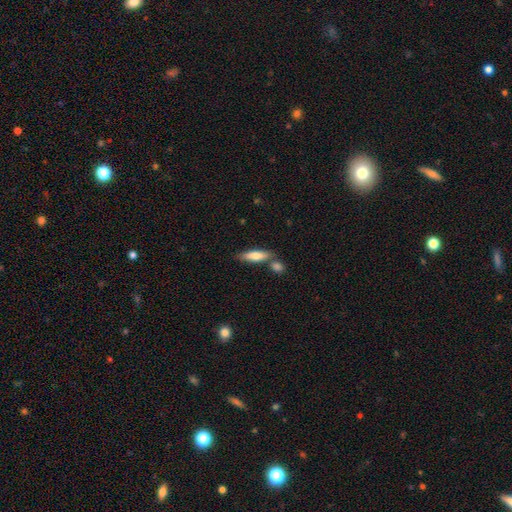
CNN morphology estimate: This appears to be a smooth galaxy with no disk features (75%) that is cigar-shaped (59%). Merging: none (63%).